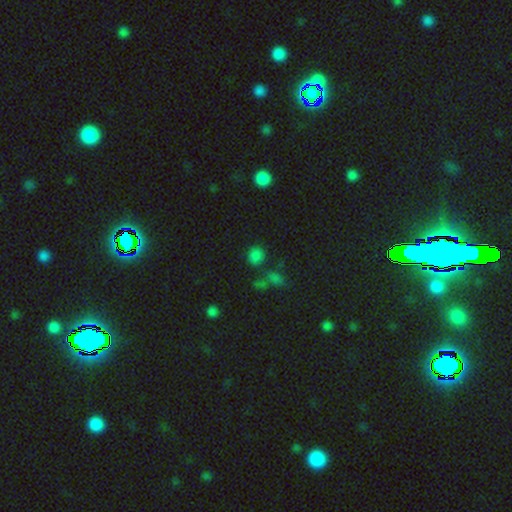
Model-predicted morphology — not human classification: This appears to be a smooth galaxy with no disk features (70%) that is round (77%). Merging: none (70%).